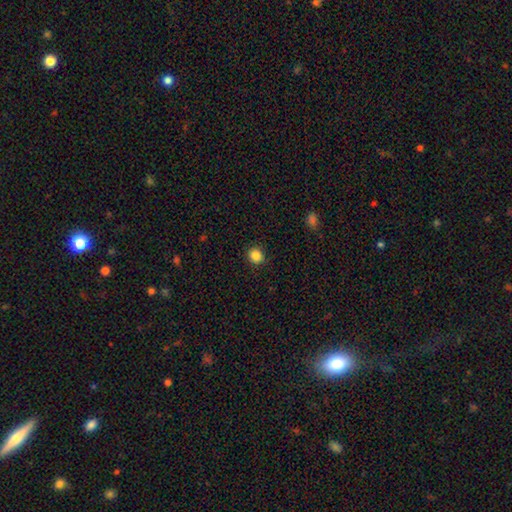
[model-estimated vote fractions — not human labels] This appears to be a smooth galaxy with no disk features (85%) that is round (86%). Merging: none (91%).